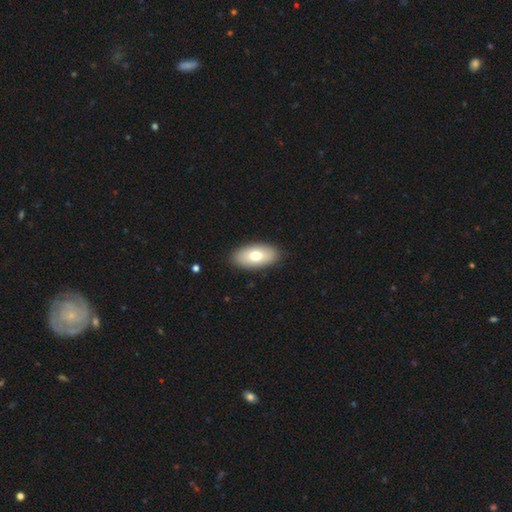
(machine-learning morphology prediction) This appears to be a smooth galaxy with no disk features (75%) that is in between round and cigar-shaped (93%). Merging: none (89%).